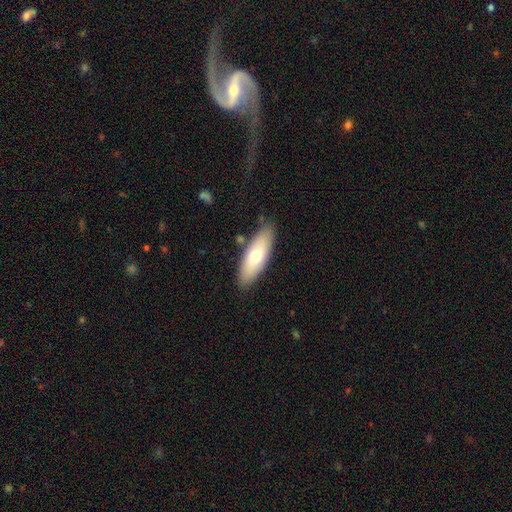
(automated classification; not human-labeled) smooth_or_featured: smooth (p=0.65) [alt: featured or disk p=0.29]
how_rounded: in between (p=0.64) [alt: cigar-shaped p=0.34]
merging: none (p=0.83) [alt: minor disturbance p=0.12]